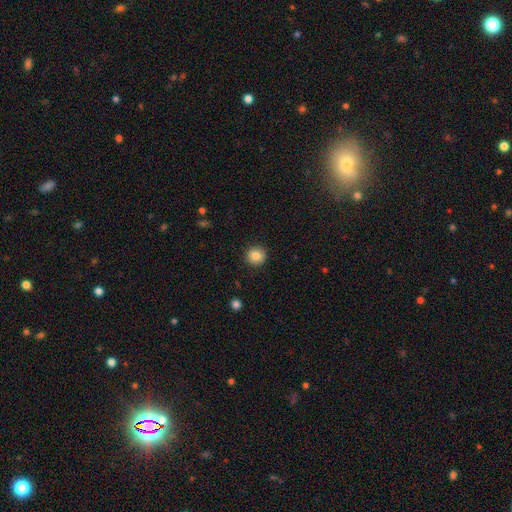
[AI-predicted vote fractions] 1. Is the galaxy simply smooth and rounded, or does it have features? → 83% smooth, 9% star or artifact, 7% featured or disk.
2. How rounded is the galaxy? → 94% round, 5% in between, 1% cigar-shaped.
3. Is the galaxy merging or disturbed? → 92% none, 5% minor disturbance, 2% major disturbance, 1% merger.